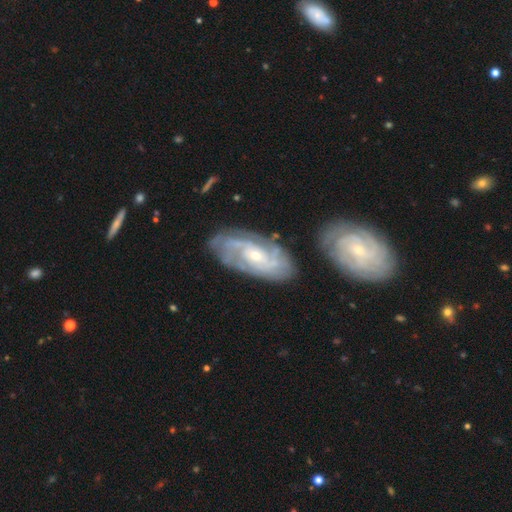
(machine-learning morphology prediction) This appears to be a featured or disk galaxy (84%) with no bar (62%), tight (59%) spiral arms (94%) and a small central bulge (64%). Merging: none (72%).